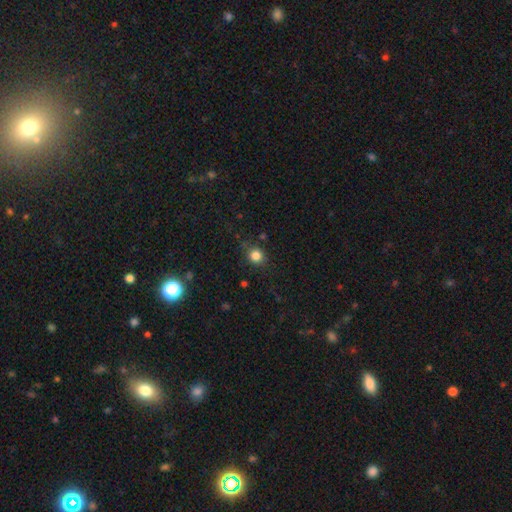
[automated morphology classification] Overall: smooth (82%). How rounded: round (83%). Merging: none (82%).